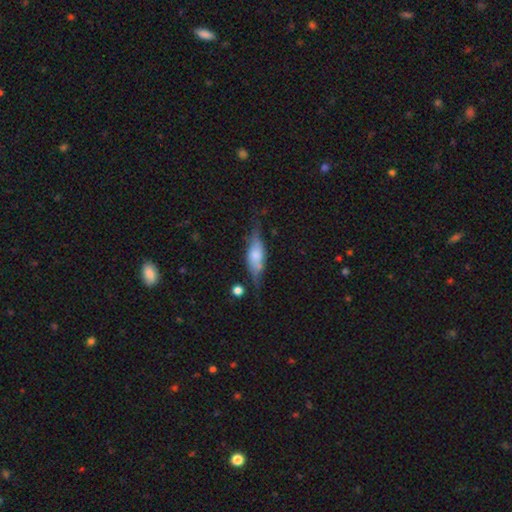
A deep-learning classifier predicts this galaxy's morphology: Smooth or featured: featured or disk — 47% (smooth — 45%)
Merging: none — 57% (minor disturbance — 28%)